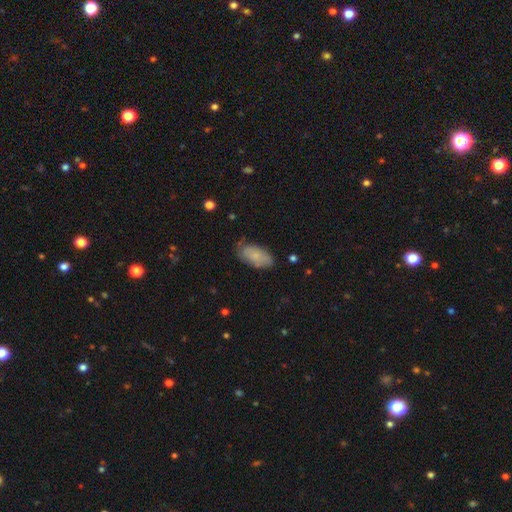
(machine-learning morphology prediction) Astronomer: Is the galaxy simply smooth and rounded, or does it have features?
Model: smooth — 76%.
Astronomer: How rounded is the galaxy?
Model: in between — 93%.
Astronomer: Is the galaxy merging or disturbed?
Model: none — 66%.